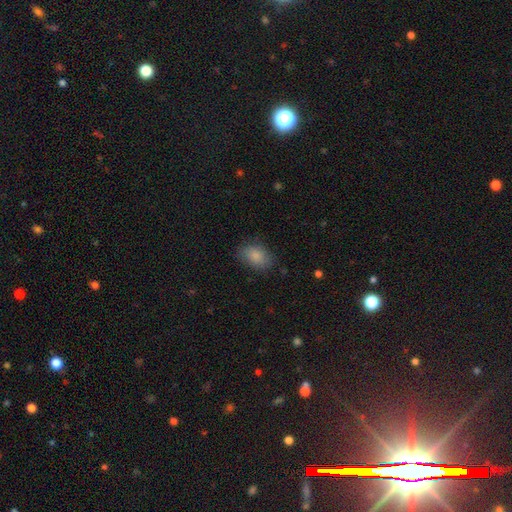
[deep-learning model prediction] The model was most divided on "merging": none: 80%, minor disturbance: 15%, major disturbance: 4%, merger: 1%. More confident: smooth or featured — smooth (87%); how rounded — in between (84%).